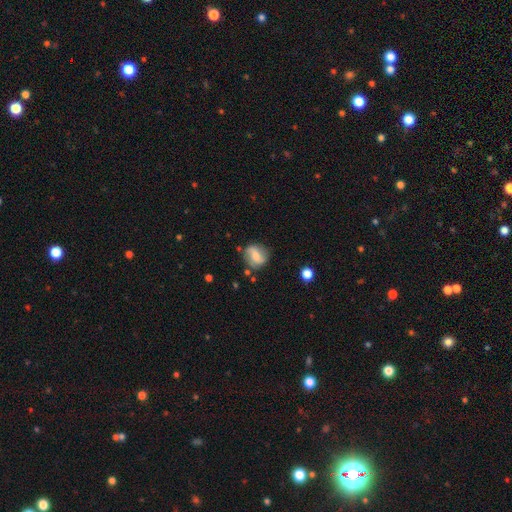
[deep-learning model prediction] This is possibly a featured or disk galaxy (49%). Merging: likely none (71%).